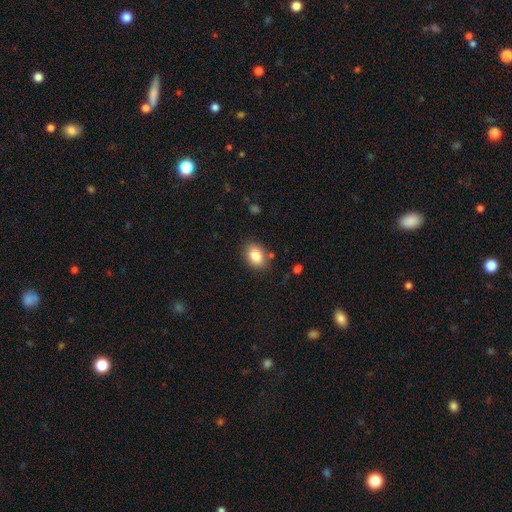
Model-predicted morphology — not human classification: Smooth or featured? Predicted: smooth (p=0.83). How rounded? Predicted: in between (p=0.70). Merging? Predicted: none (p=0.83).